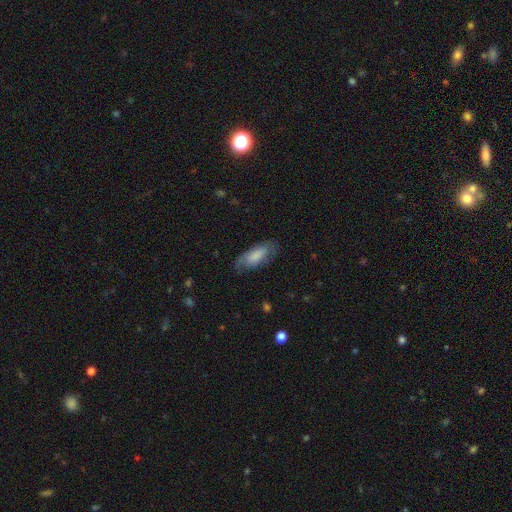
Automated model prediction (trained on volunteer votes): Smooth or featured: smooth — 67% (featured or disk — 27%)
How rounded: in between — 82% (cigar-shaped — 16%)
Merging: none — 67% (minor disturbance — 23%)